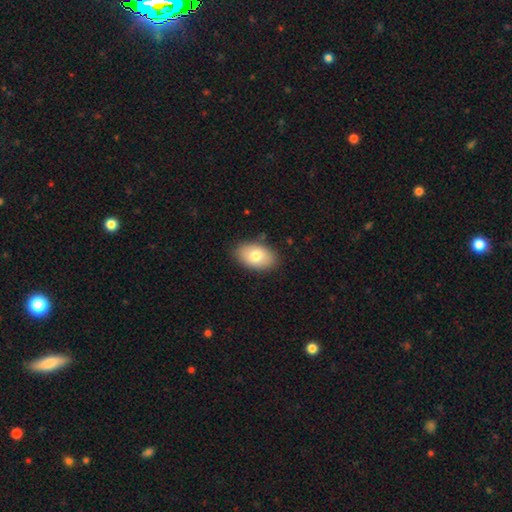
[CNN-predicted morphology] type=smooth (78%); roundness=in between (91%); merging=none (85%).